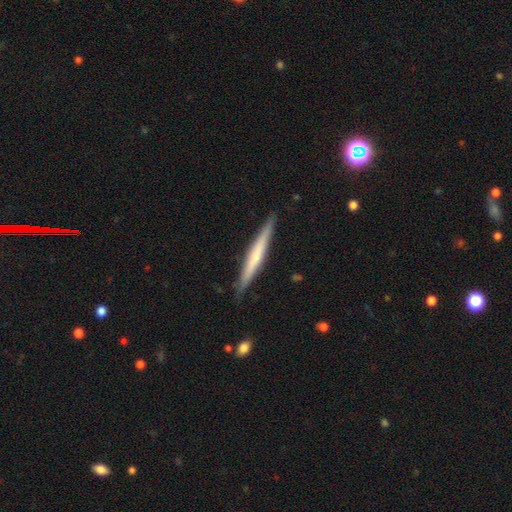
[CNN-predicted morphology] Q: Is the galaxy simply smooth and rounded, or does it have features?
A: smooth — 48%.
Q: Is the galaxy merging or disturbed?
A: none — 89%.